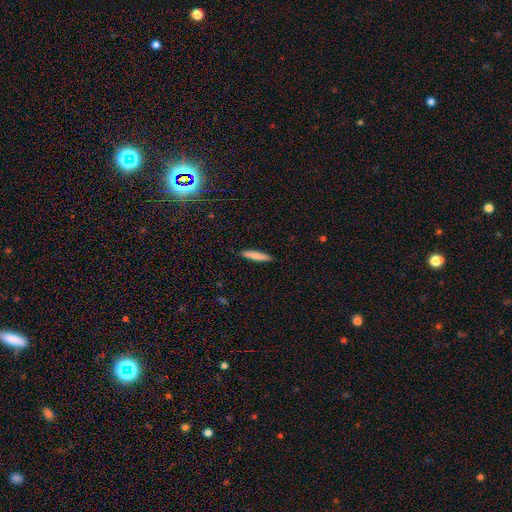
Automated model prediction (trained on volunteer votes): Overall: smooth (78%). How rounded: cigar-shaped (91%). Merging: none (91%).